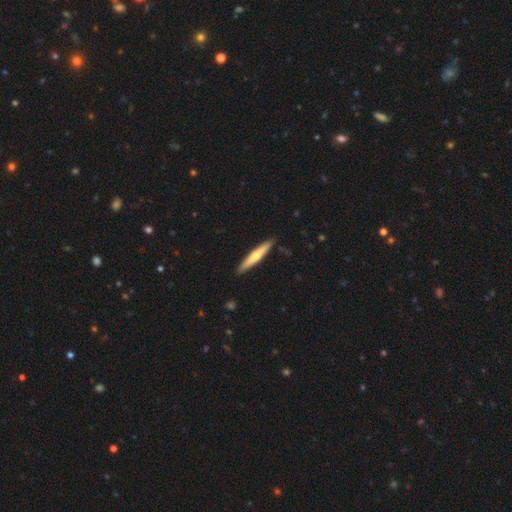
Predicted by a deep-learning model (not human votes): smooth 49%, featured or disk 46%, star or artifact 5%. Down the decision tree: merging — none (89%).